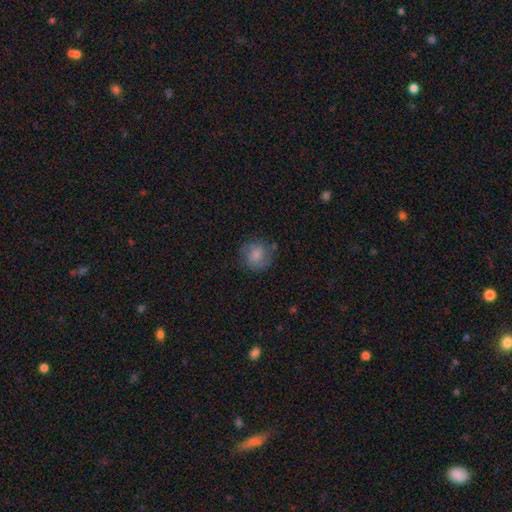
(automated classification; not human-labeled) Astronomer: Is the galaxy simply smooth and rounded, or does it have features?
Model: featured or disk — 53% (runner-up: smooth, 36%).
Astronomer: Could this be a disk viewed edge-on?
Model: no — 97%.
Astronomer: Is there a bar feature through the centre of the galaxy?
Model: no — 60%.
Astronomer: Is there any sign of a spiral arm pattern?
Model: yes — 90%.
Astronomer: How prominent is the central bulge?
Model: small — 39% (runner-up: moderate, 34%).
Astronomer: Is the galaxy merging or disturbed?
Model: none — 79%.